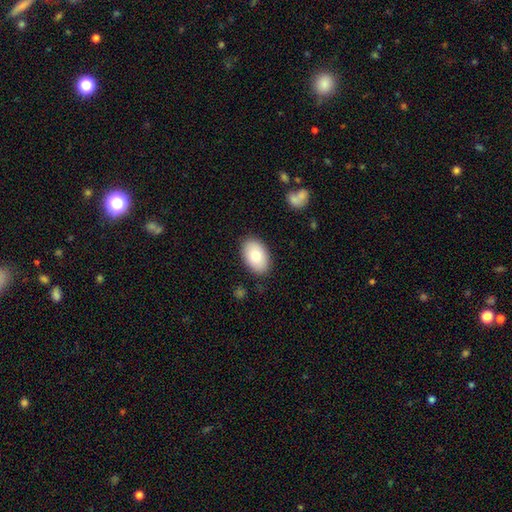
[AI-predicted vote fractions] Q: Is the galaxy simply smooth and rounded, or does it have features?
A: smooth — 78%.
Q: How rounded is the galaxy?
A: in between — 91%.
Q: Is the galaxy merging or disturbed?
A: none — 86%.